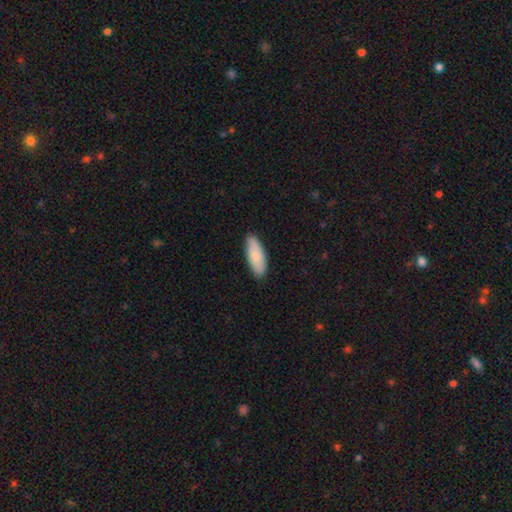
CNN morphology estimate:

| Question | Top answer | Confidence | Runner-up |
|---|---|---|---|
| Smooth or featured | smooth | 80% | featured or disk (15%) |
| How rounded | in between | 71% | cigar-shaped (27%) |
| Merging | none | 88% | minor disturbance (10%) |